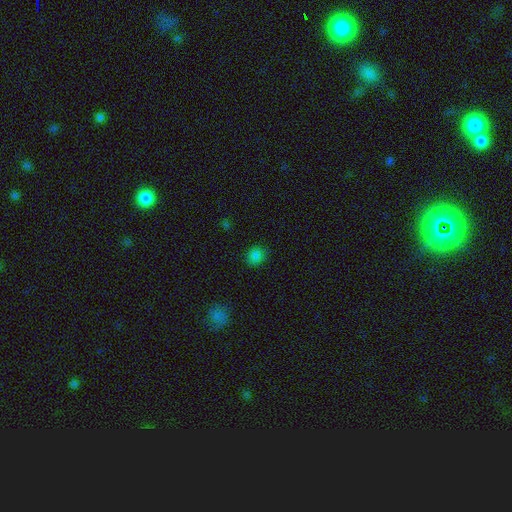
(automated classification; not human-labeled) This is clearly a smooth galaxy (82%). How rounded: likely round (69%). Merging: clearly none (85%).